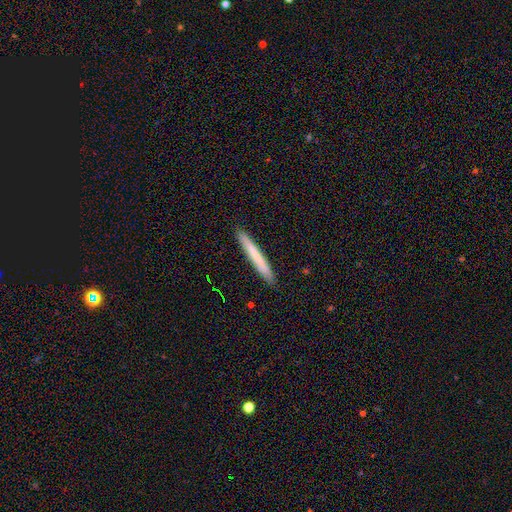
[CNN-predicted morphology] A smooth galaxy with no disk features (71%) that is cigar-shaped (97%). Merging: none (91%).